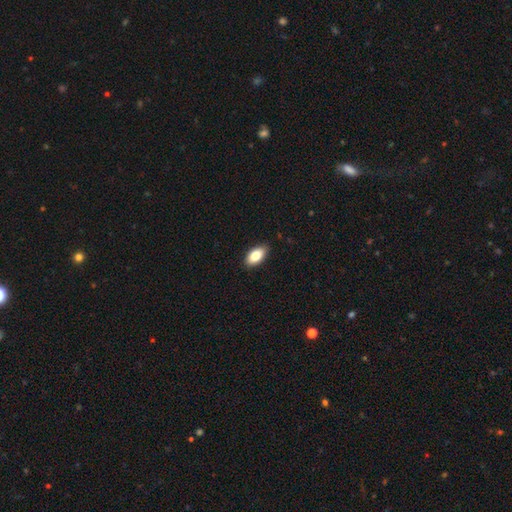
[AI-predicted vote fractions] This is clearly a smooth galaxy (83%). How rounded: clearly in between (93%). Merging: clearly none (87%).